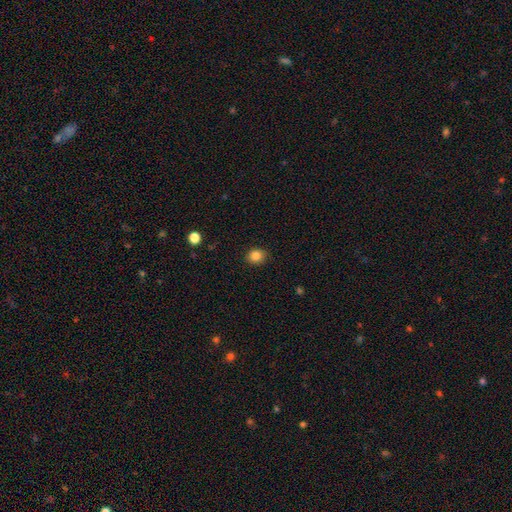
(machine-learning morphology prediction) This appears to be a smooth galaxy with no disk features (85%) that is round (69%). Merging: none (88%).